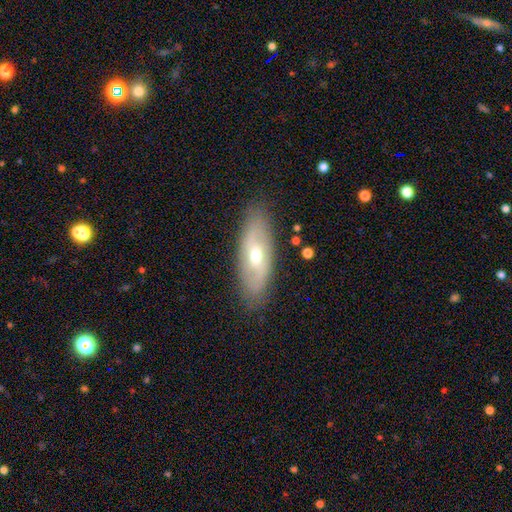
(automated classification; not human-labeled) Smooth or featured: featured or disk — 53% (smooth — 40%)
Edge-on disk: no — 78% (yes — 22%)
Merging: none — 84% (minor disturbance — 12%)